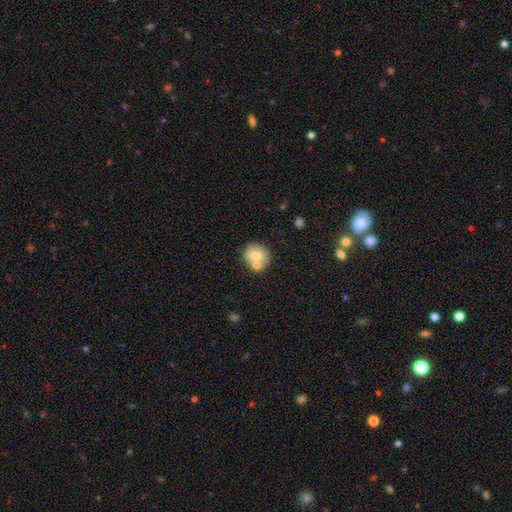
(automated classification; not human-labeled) Smooth or featured: smooth — 67% (featured or disk — 25%)
How rounded: round — 79% (in between — 20%)
Merging: none — 52% (merger — 30%)